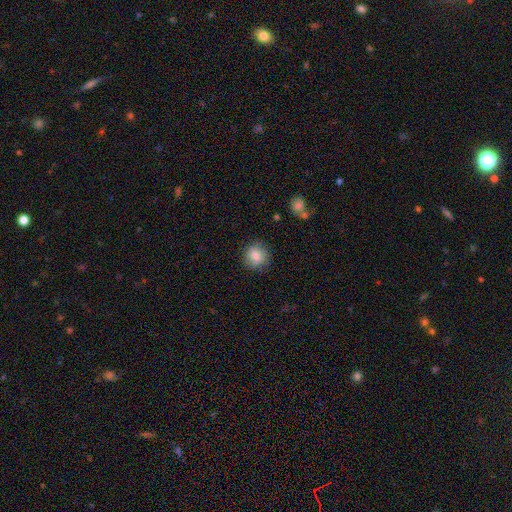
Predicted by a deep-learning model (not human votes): Smooth or featured: smooth — 83% (featured or disk — 9%)
How rounded: round — 86% (in between — 13%)
Merging: none — 83% (minor disturbance — 12%)